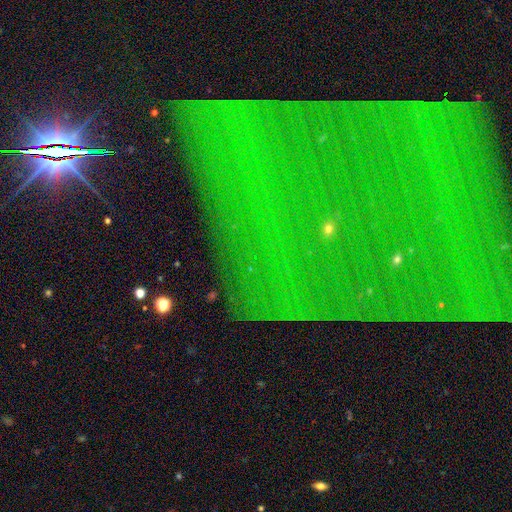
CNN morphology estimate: type=star or artifact (74%).